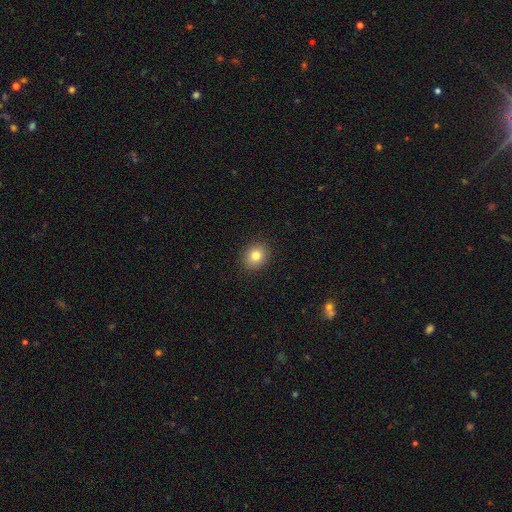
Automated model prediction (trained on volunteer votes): This is clearly a smooth galaxy (81%). How rounded: likely round (71%). Merging: clearly none (90%).